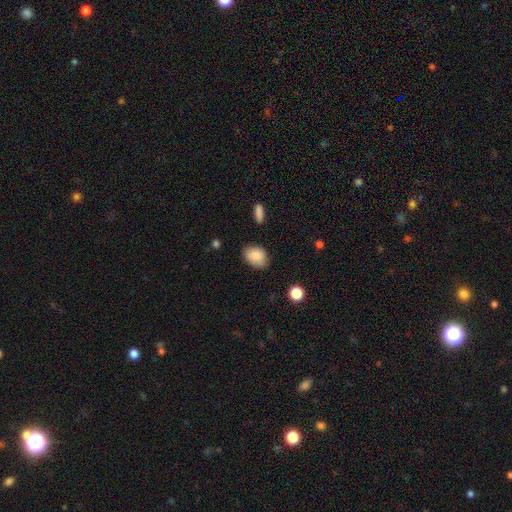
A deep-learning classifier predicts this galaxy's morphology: A smooth galaxy with no disk features (83%) that is in between round and cigar-shaped (76%). Merging: none (74%).